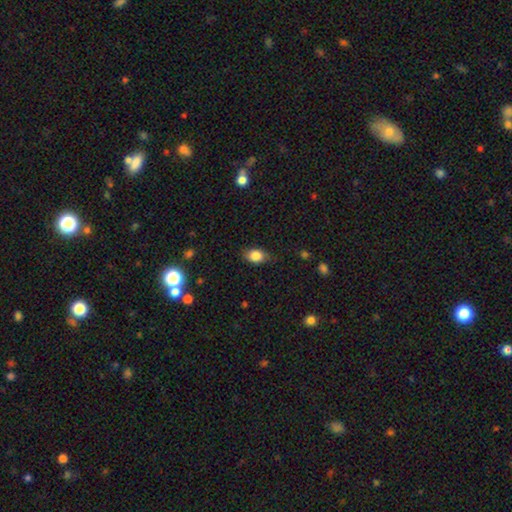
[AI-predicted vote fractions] This is clearly a smooth galaxy (84%). How rounded: likely in between (77%). Merging: likely none (78%).